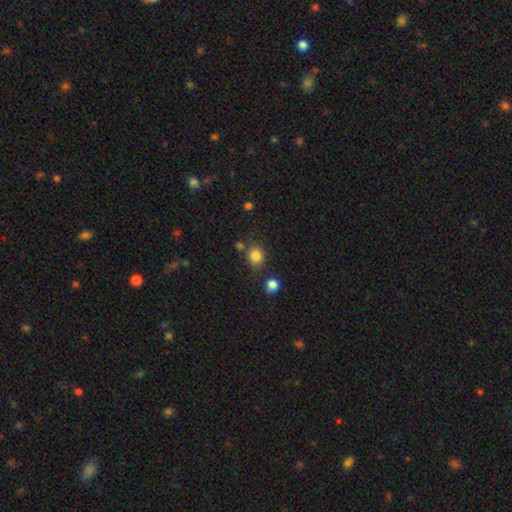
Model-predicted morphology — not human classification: Smooth or featured?
  - smooth: 83% *
  - star or artifact: 12%
  - featured or disk: 5%
How rounded?
  - round: 72% *
  - in between: 27%
  - cigar-shaped: 1%
Merging?
  - none: 77% *
  - minor disturbance: 11%
  - merger: 8%
  - major disturbance: 3%